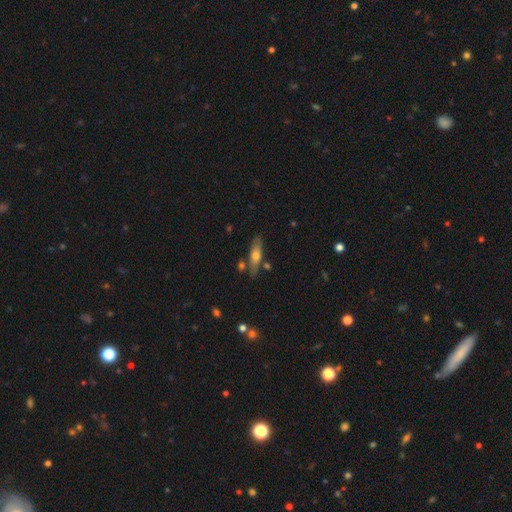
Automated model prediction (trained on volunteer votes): smooth_or_featured: smooth (p=0.53) [alt: featured or disk p=0.40]
how_rounded: cigar-shaped (p=0.54) [alt: in between p=0.43]
merging: none (p=0.70) [alt: minor disturbance p=0.17]